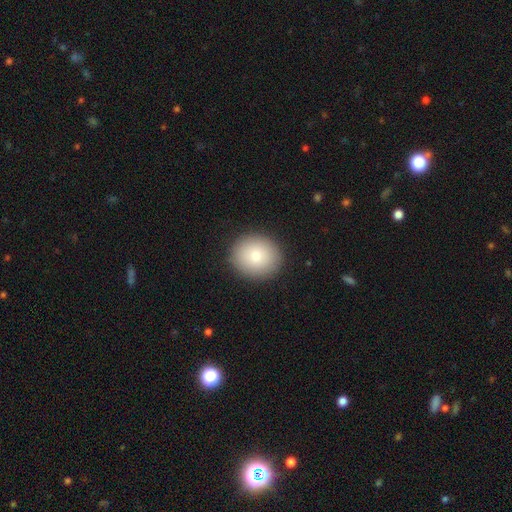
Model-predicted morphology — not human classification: Smooth or featured? Predicted: smooth (p=0.80). How rounded? Predicted: round (p=0.79). Merging? Predicted: none (p=0.89).